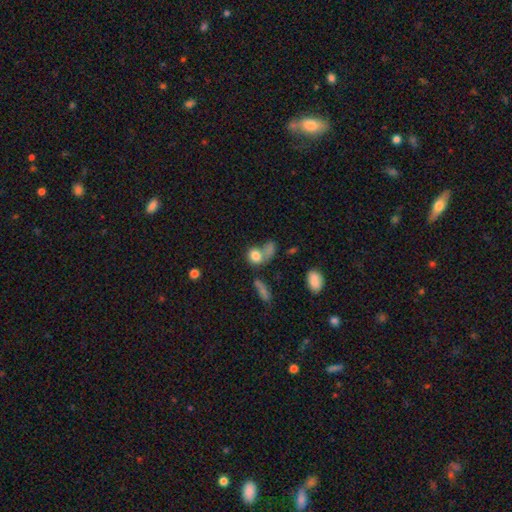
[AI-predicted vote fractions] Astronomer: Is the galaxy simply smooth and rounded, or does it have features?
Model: smooth — 78%.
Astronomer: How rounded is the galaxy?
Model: round — 54% (runner-up: in between, 44%).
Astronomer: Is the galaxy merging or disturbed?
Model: merger — 42% (runner-up: none, 36%).